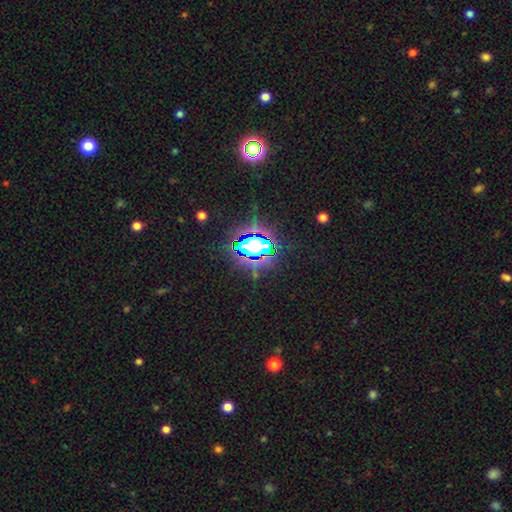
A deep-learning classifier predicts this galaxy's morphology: Smooth or featured? star or artifact (78%)